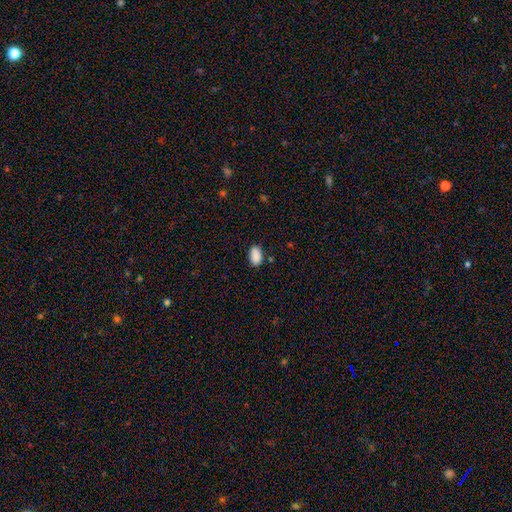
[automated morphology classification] This is clearly a smooth galaxy (89%). How rounded: clearly in between (92%). Merging: clearly none (83%).